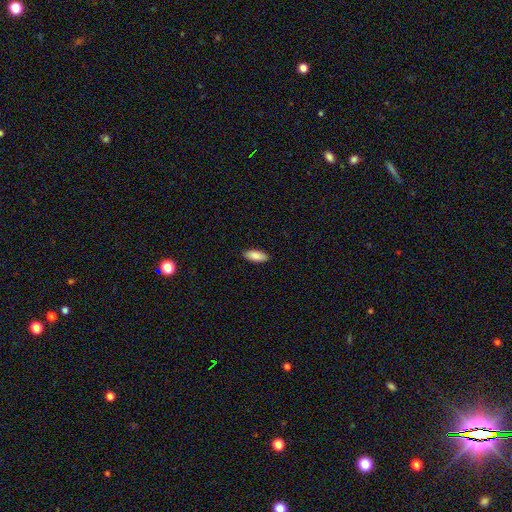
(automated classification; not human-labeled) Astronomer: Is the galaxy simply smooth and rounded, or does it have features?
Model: smooth — 87%.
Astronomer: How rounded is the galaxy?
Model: in between — 85%.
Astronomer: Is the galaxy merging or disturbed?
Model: none — 90%.